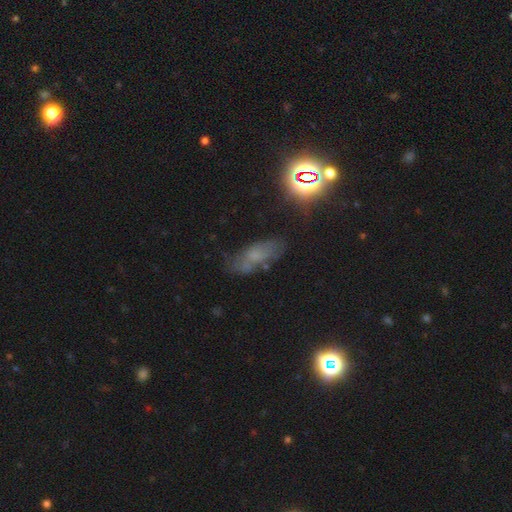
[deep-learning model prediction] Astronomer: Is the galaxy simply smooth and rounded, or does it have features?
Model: smooth — 42% (runner-up: featured or disk, 32%).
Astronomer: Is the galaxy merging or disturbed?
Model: none — 60%.